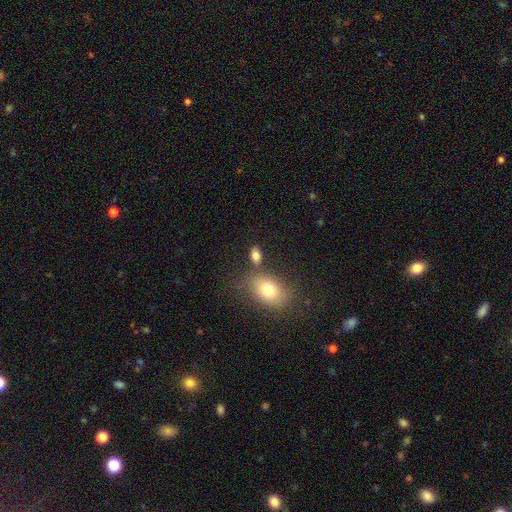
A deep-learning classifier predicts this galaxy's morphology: smooth 81%, star or artifact 10%, featured or disk 9%. Down the decision tree: how rounded — in between (84%); merging — none (68%).